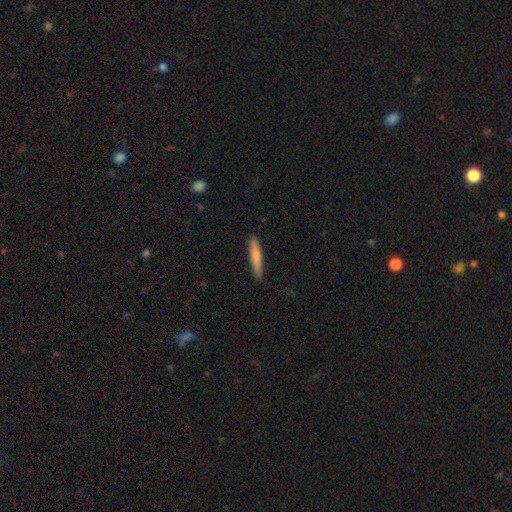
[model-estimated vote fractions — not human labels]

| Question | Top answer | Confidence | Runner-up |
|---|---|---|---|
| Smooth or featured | smooth | 78% | featured or disk (17%) |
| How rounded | cigar-shaped | 93% | in between (6%) |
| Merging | none | 88% | minor disturbance (10%) |